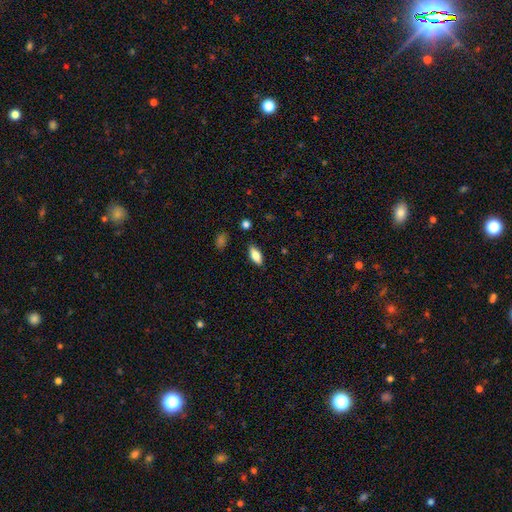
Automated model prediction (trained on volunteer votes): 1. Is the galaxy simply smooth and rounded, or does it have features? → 76% smooth, 17% featured or disk, 7% star or artifact.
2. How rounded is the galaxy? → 79% in between, 19% cigar-shaped, 3% round.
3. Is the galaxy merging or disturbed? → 86% none, 10% minor disturbance, 2% major disturbance, 1% merger.